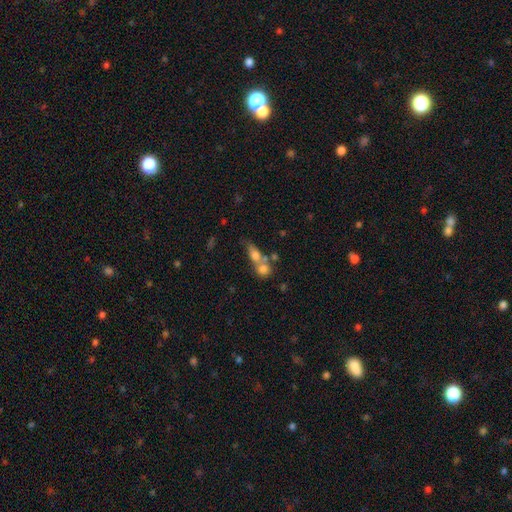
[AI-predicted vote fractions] Smooth or featured? smooth (68%)
How rounded? in between (45%)
Merging? merger (57%)